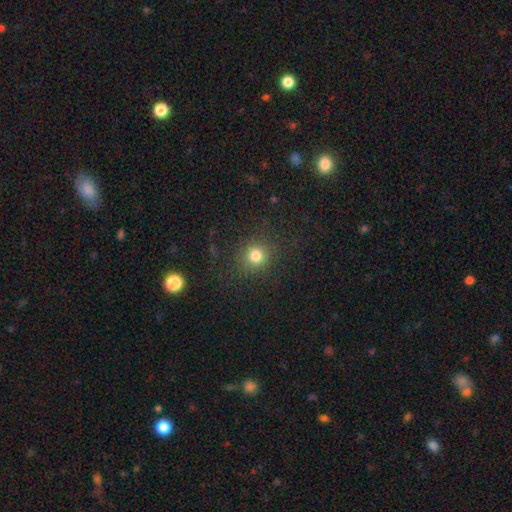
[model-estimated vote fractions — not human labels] This appears to be a smooth galaxy with no disk features (78%) that is round (90%). Merging: none (87%).